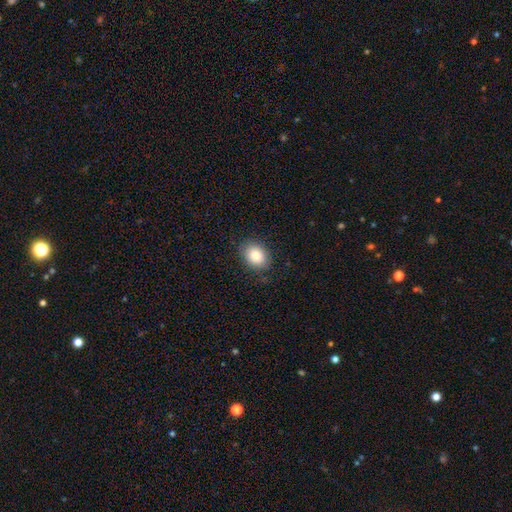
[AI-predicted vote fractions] Smooth or featured: smooth — 86% (star or artifact — 8%)
How rounded: in between — 64% (round — 35%)
Merging: none — 84% (minor disturbance — 12%)